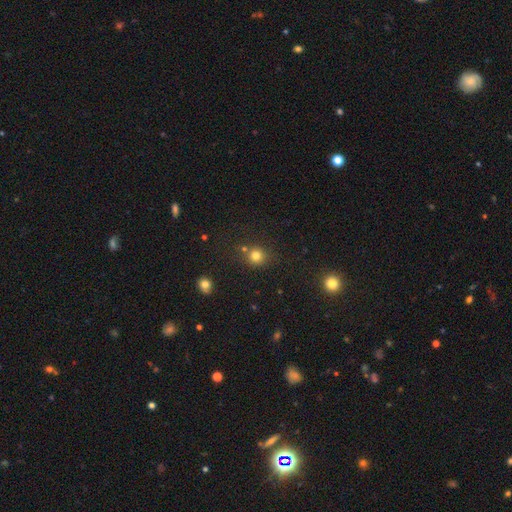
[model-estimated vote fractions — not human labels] smooth_or_featured: smooth (p=0.78) [alt: star or artifact p=0.16]
how_rounded: round (p=0.89) [alt: in between p=0.11]
merging: none (p=0.75) [alt: merger p=0.11]